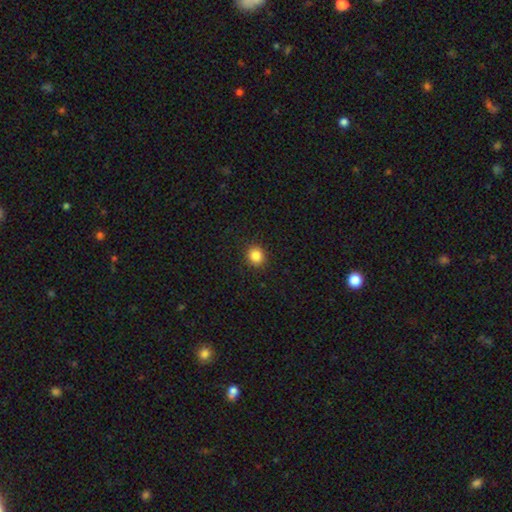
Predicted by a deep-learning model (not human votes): Morphology: type=smooth (86%); roundness=round (84%); merging=none (91%).